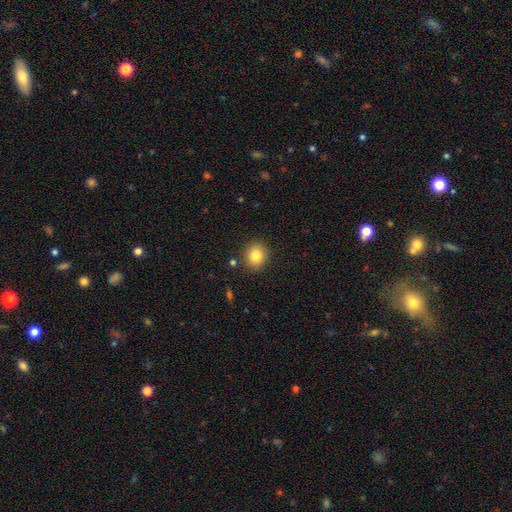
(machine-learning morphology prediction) Smooth or featured: smooth — 83% (star or artifact — 10%)
How rounded: round — 75% (in between — 24%)
Merging: none — 87% (minor disturbance — 8%)